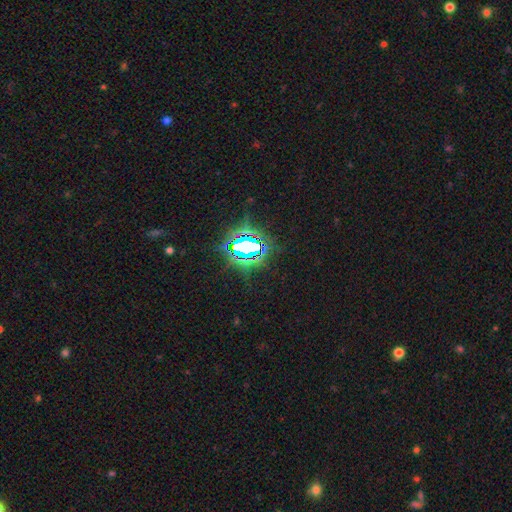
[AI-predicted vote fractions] A star or artifact, not a galaxy (78%).